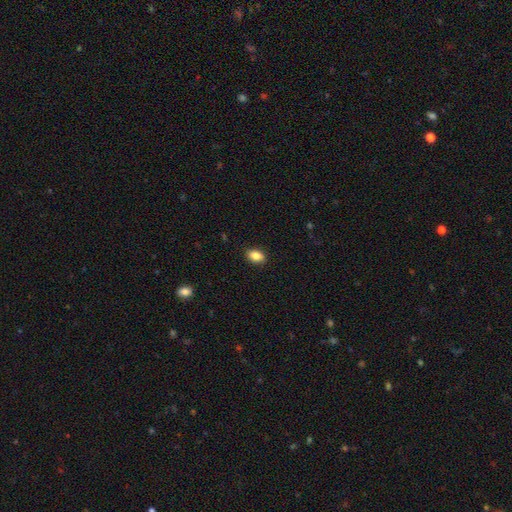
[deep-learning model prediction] A smooth galaxy with no disk features (87%) that is in between round and cigar-shaped (86%). Merging: none (89%).